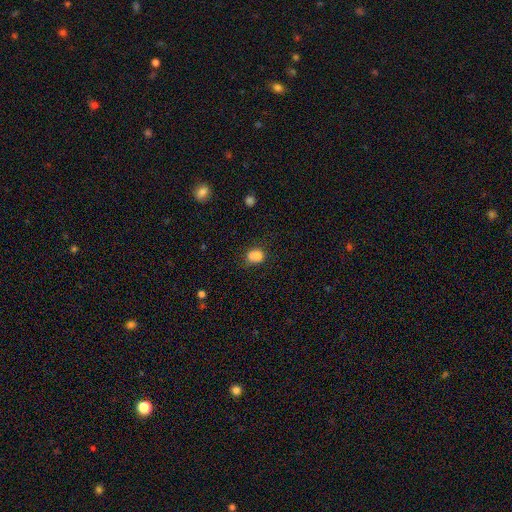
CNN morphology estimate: smooth-or-featured: smooth: 73% | featured or disk: 16% | star or artifact: 11%
  how-rounded: round: 57% | in between: 42% | cigar-shaped: 1%
  merging: merger: 53% | none: 31% | minor disturbance: 11% | major disturbance: 5%